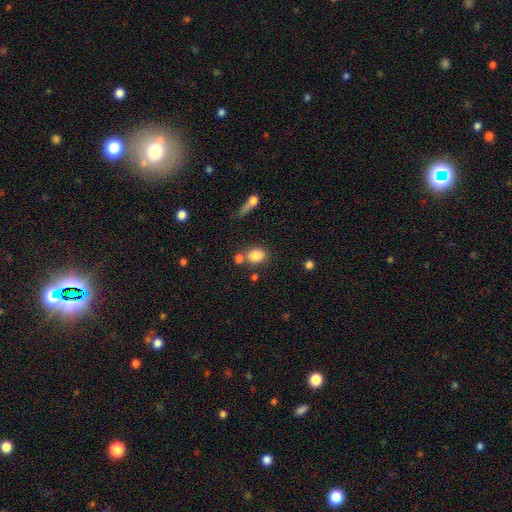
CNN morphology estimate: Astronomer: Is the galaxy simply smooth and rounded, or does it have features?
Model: smooth — 83%.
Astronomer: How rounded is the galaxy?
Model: in between — 62%.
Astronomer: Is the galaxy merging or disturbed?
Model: none — 62%.